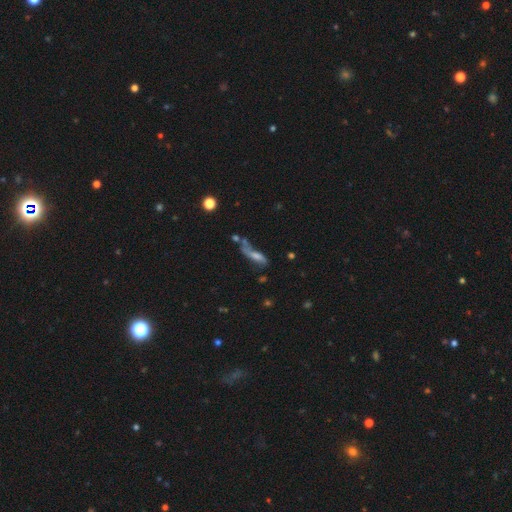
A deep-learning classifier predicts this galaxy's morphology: Smooth or featured? smooth (44%)
Merging? none (33%)